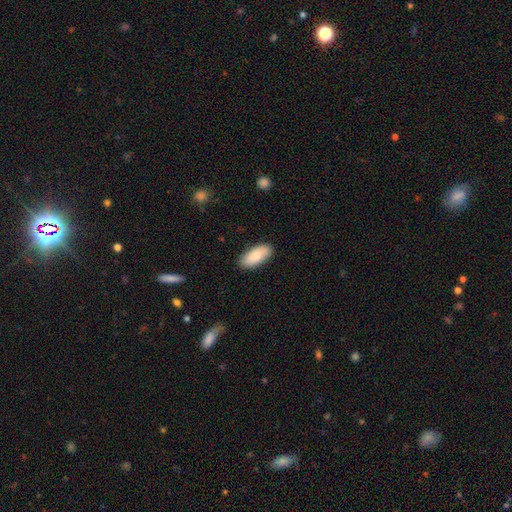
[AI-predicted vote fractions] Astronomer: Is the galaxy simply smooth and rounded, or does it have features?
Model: smooth — 81%.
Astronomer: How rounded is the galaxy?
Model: in between — 90%.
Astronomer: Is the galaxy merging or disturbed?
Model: none — 87%.